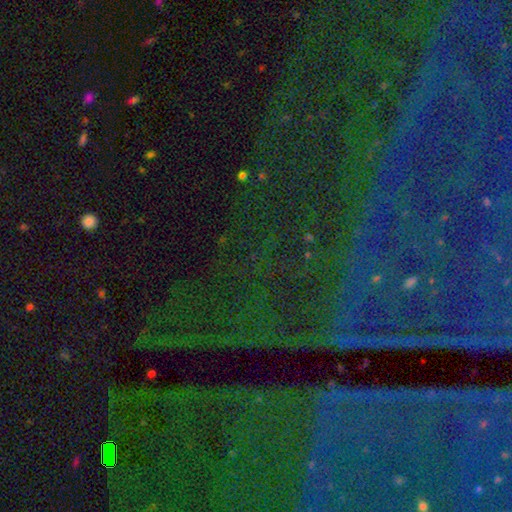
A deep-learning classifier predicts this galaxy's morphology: This appears to be a star or artifact, not a galaxy (81%).